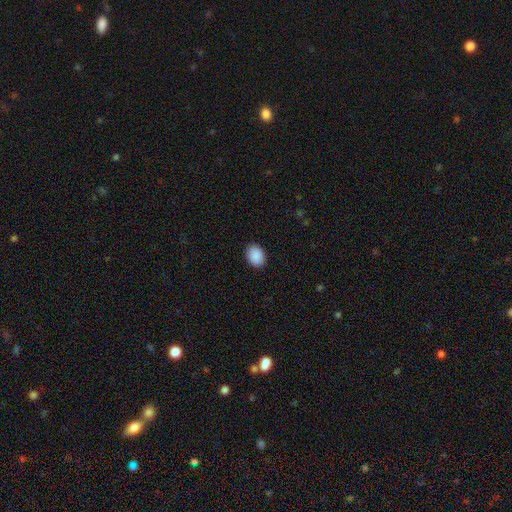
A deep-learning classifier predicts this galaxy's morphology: Overall: smooth (91%). How rounded: in between (68%; round 31%). Merging: none (90%).